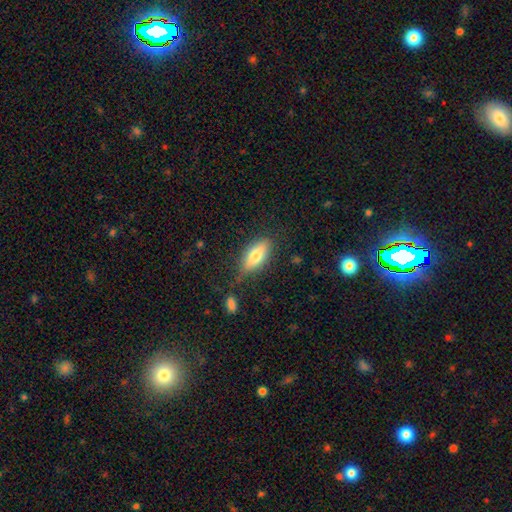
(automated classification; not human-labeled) smooth_or_featured: smooth (p=0.71) [alt: featured or disk p=0.22]
how_rounded: in between (p=0.78) [alt: cigar-shaped p=0.19]
merging: none (p=0.73) [alt: minor disturbance p=0.18]